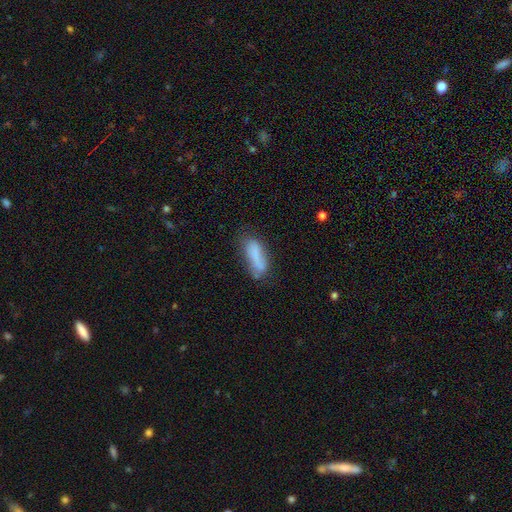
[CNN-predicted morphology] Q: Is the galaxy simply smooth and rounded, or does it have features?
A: smooth — 75%.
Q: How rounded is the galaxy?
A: in between — 61%.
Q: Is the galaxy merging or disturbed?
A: none — 53%.